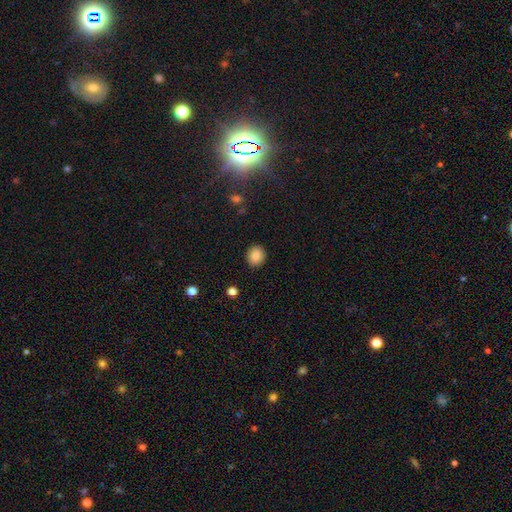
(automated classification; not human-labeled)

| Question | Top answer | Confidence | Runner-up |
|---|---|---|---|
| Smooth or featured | smooth | 86% | star or artifact (9%) |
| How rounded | round | 73% | in between (26%) |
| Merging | none | 90% | minor disturbance (7%) |